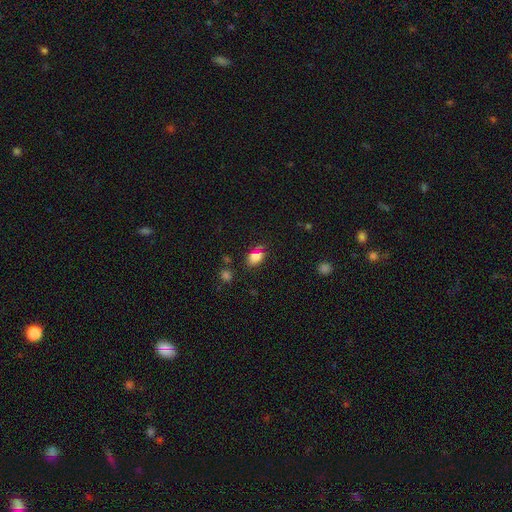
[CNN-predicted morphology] The model was most divided on "smooth or featured": smooth: 74%, star or artifact: 19%, featured or disk: 6%. More confident: how rounded — in between (78%); merging — none (75%).